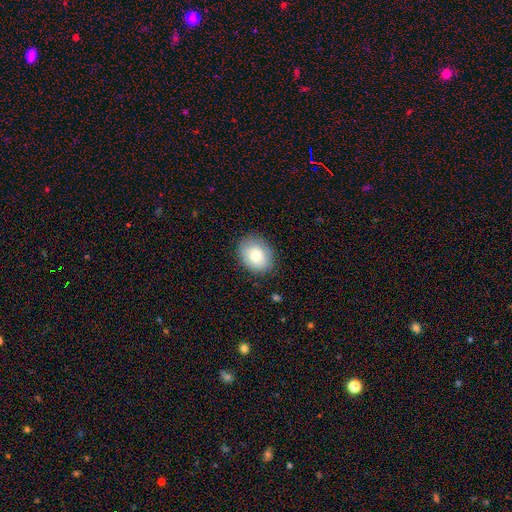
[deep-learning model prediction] This appears to be a smooth galaxy with no disk features (74%) that is in between round and cigar-shaped (56%). Merging: none (83%).